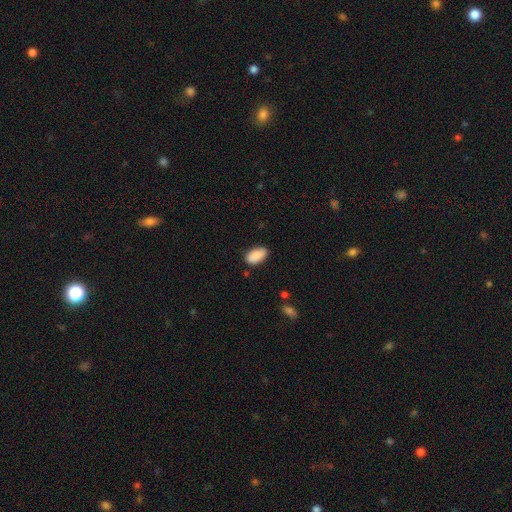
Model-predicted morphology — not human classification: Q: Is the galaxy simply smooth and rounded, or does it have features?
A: smooth — 89%.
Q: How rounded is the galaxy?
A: in between — 94%.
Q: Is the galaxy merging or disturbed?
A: none — 80%.